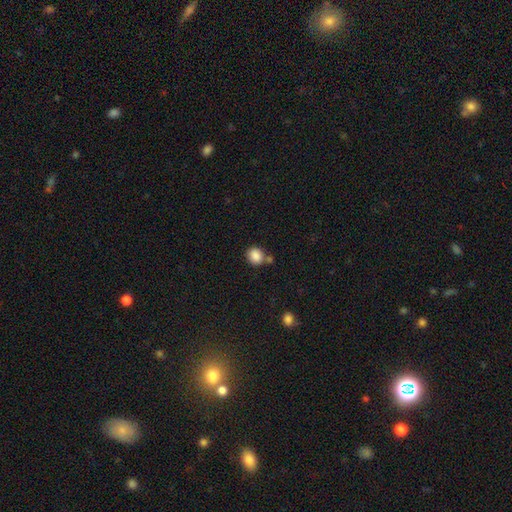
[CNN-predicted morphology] smooth-or-featured: smooth: 87% | star or artifact: 9% | featured or disk: 4%
  how-rounded: round: 70% | in between: 29% | cigar-shaped: 1%
  merging: none: 63% | merger: 19% | minor disturbance: 14% | major disturbance: 4%